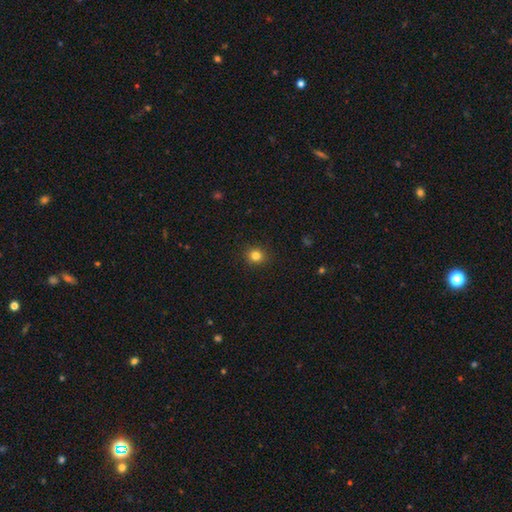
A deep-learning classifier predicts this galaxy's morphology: Smooth or featured? Predicted: smooth (p=0.82). How rounded? Predicted: round (p=0.84). Merging? Predicted: none (p=0.90).